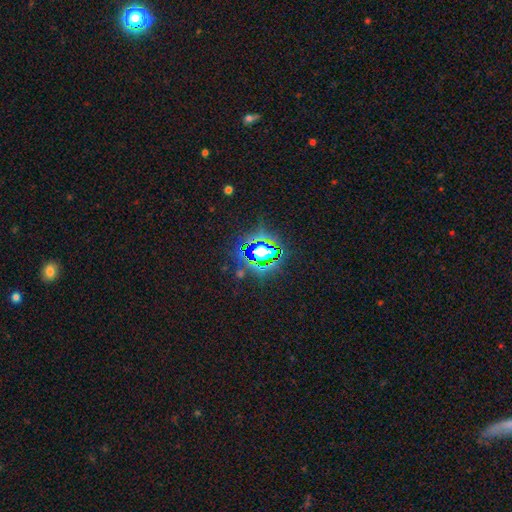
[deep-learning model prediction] This is clearly a star or artifact rather than a galaxy (83%).